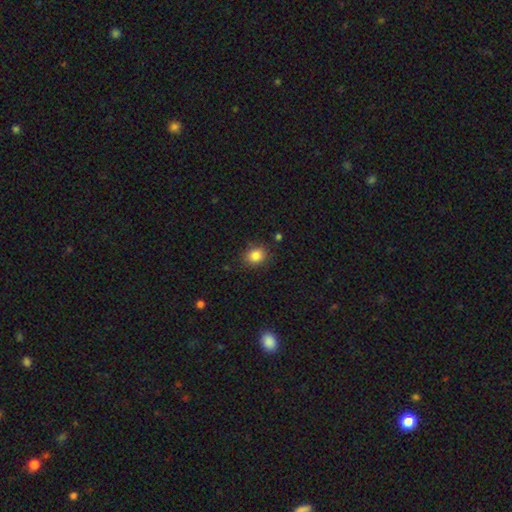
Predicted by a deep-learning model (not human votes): smooth 84%, star or artifact 10%, featured or disk 5%. Down the decision tree: how rounded — round (64%); merging — none (84%).